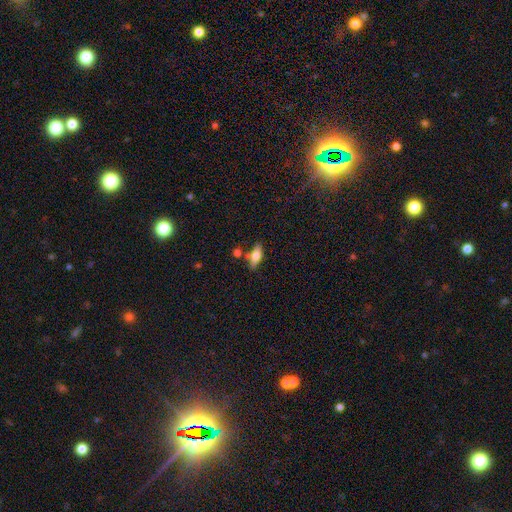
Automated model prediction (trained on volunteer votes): smooth 55%, featured or disk 37%, star or artifact 8%. Down the decision tree: how rounded — in between (63%); merging — none (70%).